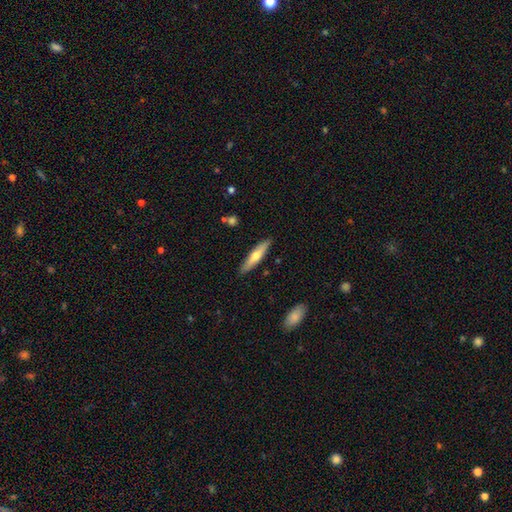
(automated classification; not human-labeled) This appears to be a smooth galaxy with no disk features (53%) that is cigar-shaped (79%). Merging: none (88%).